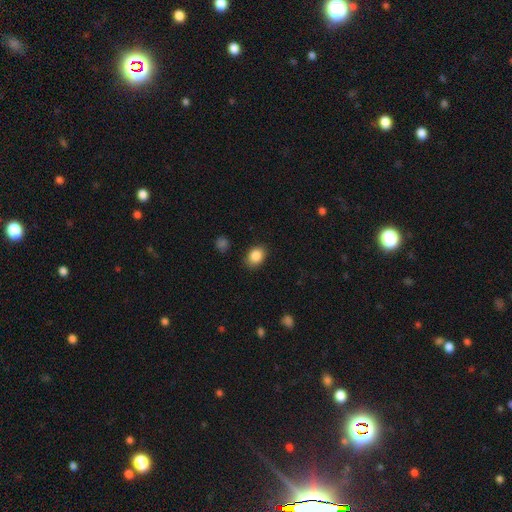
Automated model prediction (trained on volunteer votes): Q: Smooth or featured?
A: smooth (86%); runner-up: star or artifact (9%)
Q: How rounded?
A: in between (61%); runner-up: round (38%)
Q: Merging?
A: none (85%); runner-up: minor disturbance (11%)